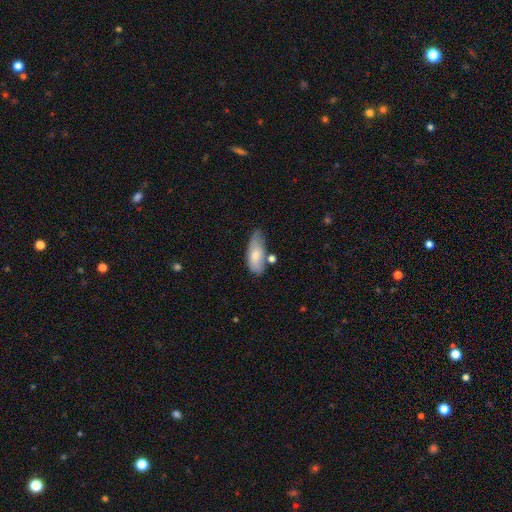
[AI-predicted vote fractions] smooth_or_featured: smooth (p=0.74) [alt: featured or disk p=0.20]
how_rounded: in between (p=0.82) [alt: cigar-shaped p=0.15]
merging: none (p=0.41) [alt: minor disturbance p=0.34]